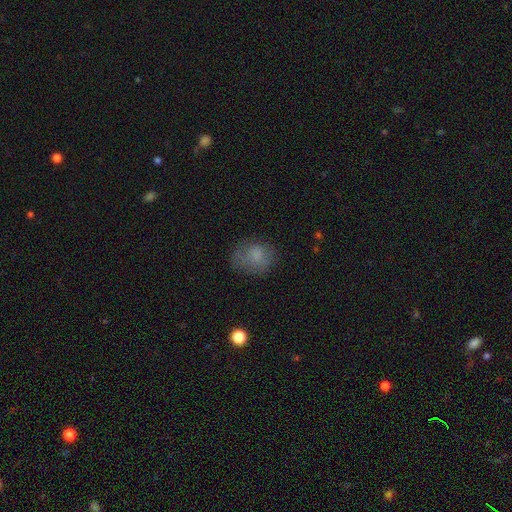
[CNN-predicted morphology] Smooth or featured?
  - smooth: 73% *
  - featured or disk: 16%
  - star or artifact: 12%
How rounded?
  - round: 54% *
  - in between: 45%
  - cigar-shaped: 1%
Merging?
  - none: 59% *
  - minor disturbance: 24%
  - major disturbance: 15%
  - merger: 2%